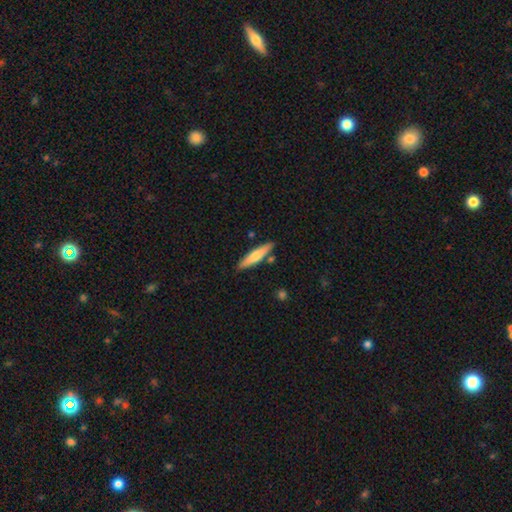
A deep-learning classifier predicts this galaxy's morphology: Smooth or featured? smooth (66%)
How rounded? cigar-shaped (85%)
Merging? none (84%)